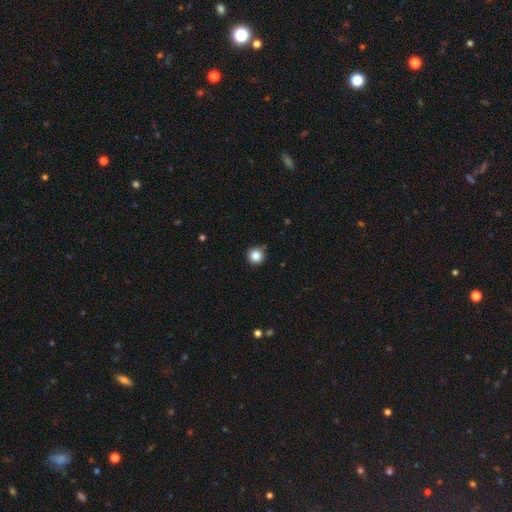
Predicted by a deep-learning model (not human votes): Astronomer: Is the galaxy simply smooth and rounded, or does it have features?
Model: smooth — 85%.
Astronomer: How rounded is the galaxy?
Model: round — 96%.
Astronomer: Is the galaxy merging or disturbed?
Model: none — 88%.